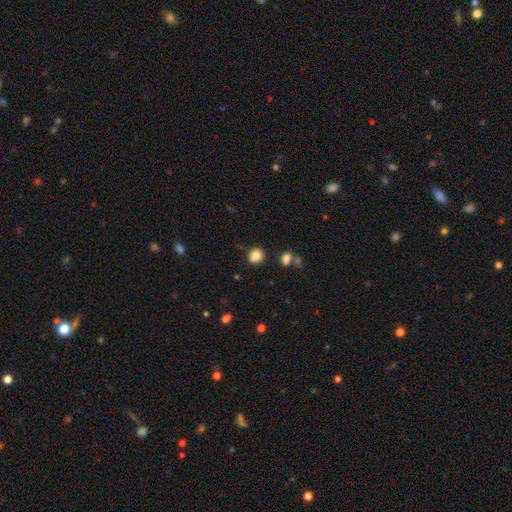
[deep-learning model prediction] Smooth or featured?
  - smooth: 84% *
  - star or artifact: 11%
  - featured or disk: 5%
How rounded?
  - round: 88% *
  - in between: 11%
  - cigar-shaped: 1%
Merging?
  - none: 83% *
  - minor disturbance: 10%
  - merger: 4%
  - major disturbance: 3%